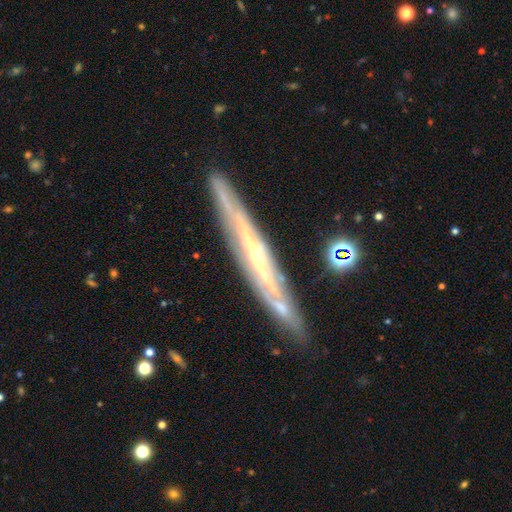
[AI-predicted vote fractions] Overall: featured or disk (82%). Edge-on disk: yes (84%). Edge-on bulge: rounded (54%; none 41%). Merging: none (83%).